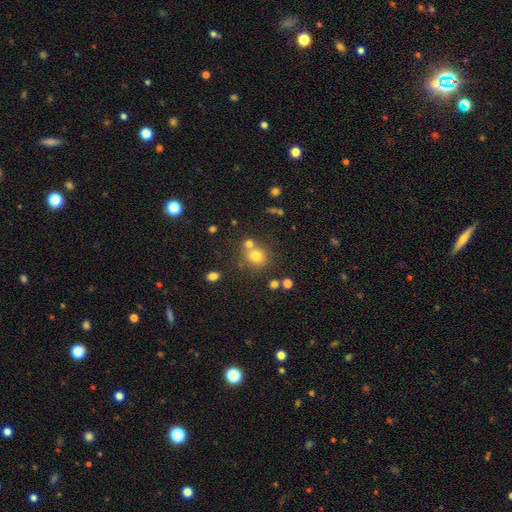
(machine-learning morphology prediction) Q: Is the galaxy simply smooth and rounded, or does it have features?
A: smooth — 74%.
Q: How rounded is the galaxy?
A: round — 81%.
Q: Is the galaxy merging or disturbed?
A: none — 60%.